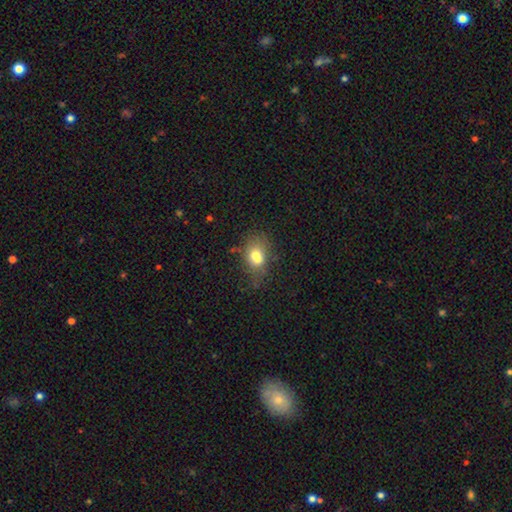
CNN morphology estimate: This is likely a smooth galaxy (74%). How rounded: likely in between (69%). Merging: possibly none (50%).